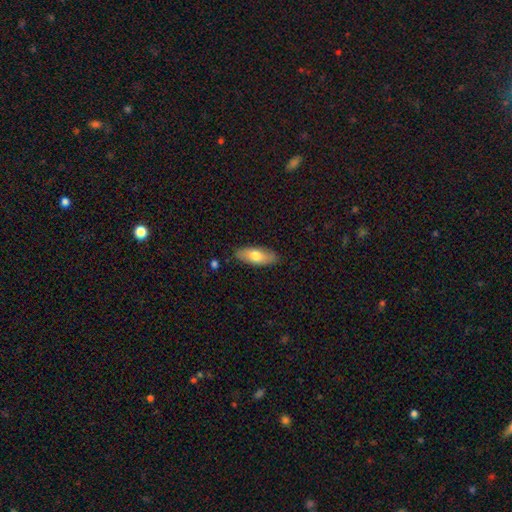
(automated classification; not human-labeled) Q: Smooth or featured?
A: smooth (70%); runner-up: featured or disk (24%)
Q: How rounded?
A: in between (80%); runner-up: cigar-shaped (18%)
Q: Merging?
A: none (86%); runner-up: minor disturbance (11%)